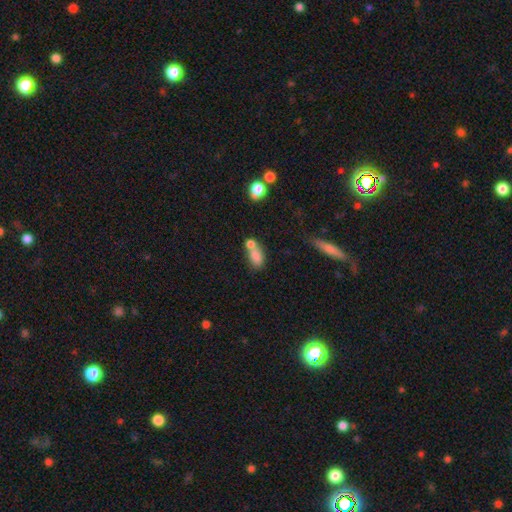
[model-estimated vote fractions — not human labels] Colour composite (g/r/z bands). It shows a smooth galaxy with no disk features (78%) that is in between round and cigar-shaped (81%). Merging: merger (48%).